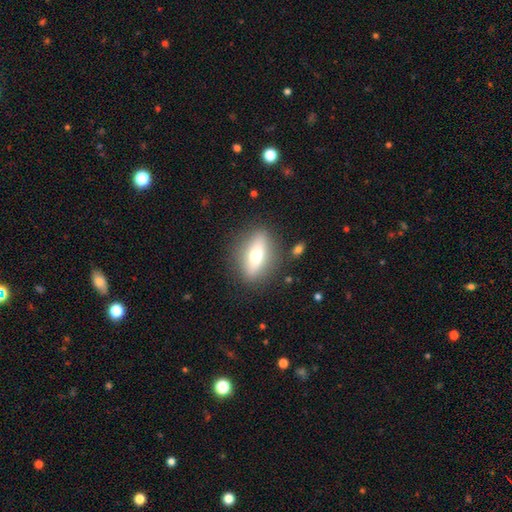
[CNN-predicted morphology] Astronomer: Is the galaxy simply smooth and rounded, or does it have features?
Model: smooth — 55% (runner-up: featured or disk, 37%).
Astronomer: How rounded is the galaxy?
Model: in between — 68%.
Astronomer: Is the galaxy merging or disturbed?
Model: none — 83%.